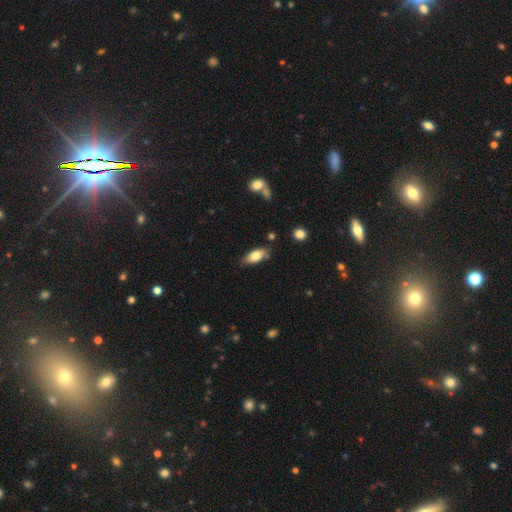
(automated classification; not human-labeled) A smooth galaxy with no disk features (76%) that is in between round and cigar-shaped (84%).

Vote fractions:
- Smooth or featured? smooth: 76% / featured or disk: 18% / star or artifact: 7%
- How rounded? in between: 84% / cigar-shaped: 13% / round: 3%
- Merging? none: 78% / minor disturbance: 16% / merger: 4% / major disturbance: 3%